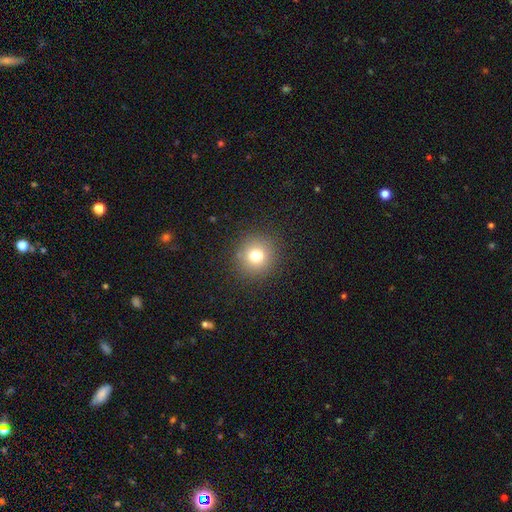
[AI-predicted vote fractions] smooth 76%, star or artifact 14%, featured or disk 10%. Down the decision tree: how rounded — round (93%); merging — none (90%).